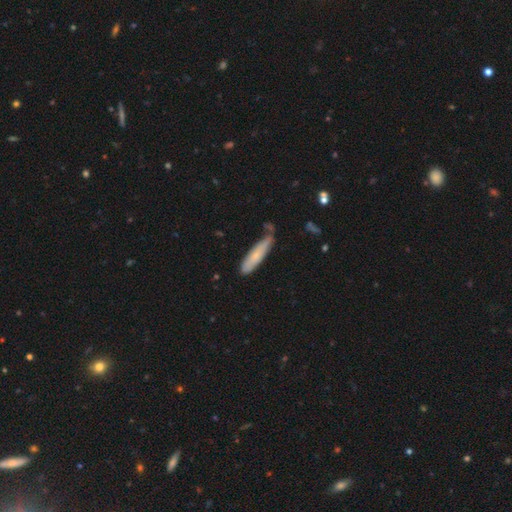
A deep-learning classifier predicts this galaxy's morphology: This appears to be a smooth galaxy with no disk features (69%) that is cigar-shaped (80%). Merging: none (58%).